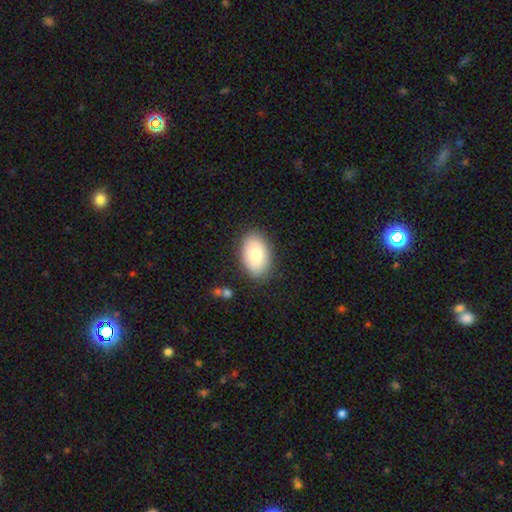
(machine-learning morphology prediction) A smooth galaxy with no disk features (80%) that is in between round and cigar-shaped (91%).

Vote fractions:
- Smooth or featured? smooth: 80% / featured or disk: 13% / star or artifact: 6%
- How rounded? in between: 91% / round: 8% / cigar-shaped: 1%
- Merging? none: 83% / minor disturbance: 12% / major disturbance: 3% / merger: 2%